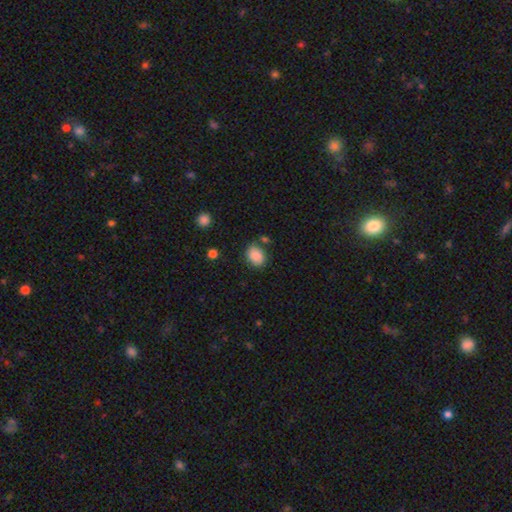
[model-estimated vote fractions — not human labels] Smooth or featured? Predicted: smooth (p=0.87). How rounded? Predicted: in between (p=0.59). Merging? Predicted: none (p=0.73).